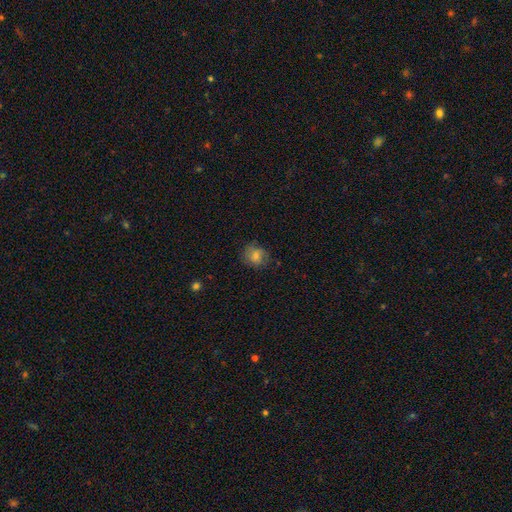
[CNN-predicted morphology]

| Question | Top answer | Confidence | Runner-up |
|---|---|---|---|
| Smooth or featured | smooth | 73% | featured or disk (17%) |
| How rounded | round | 74% | in between (25%) |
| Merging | none | 75% | minor disturbance (19%) |